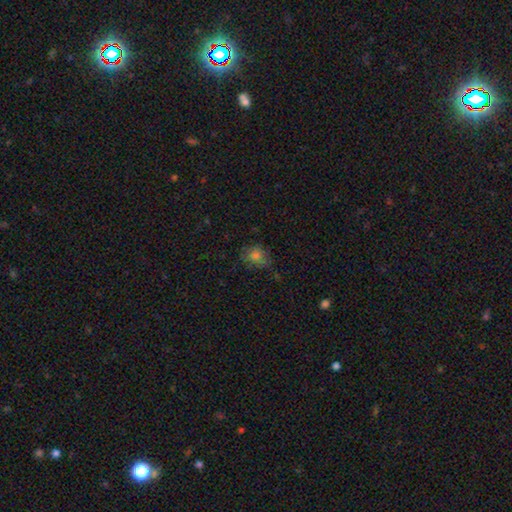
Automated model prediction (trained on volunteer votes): Smooth or featured?
  - smooth: 74% *
  - star or artifact: 15%
  - featured or disk: 11%
How rounded?
  - round: 59% *
  - in between: 40%
  - cigar-shaped: 1%
Merging?
  - none: 64% *
  - minor disturbance: 25%
  - major disturbance: 8%
  - merger: 3%